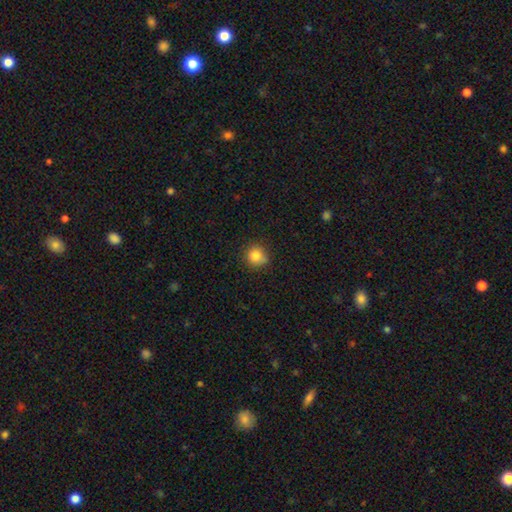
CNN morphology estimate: Smooth or featured: smooth — 84% (star or artifact — 11%)
How rounded: round — 90% (in between — 9%)
Merging: none — 79% (minor disturbance — 15%)